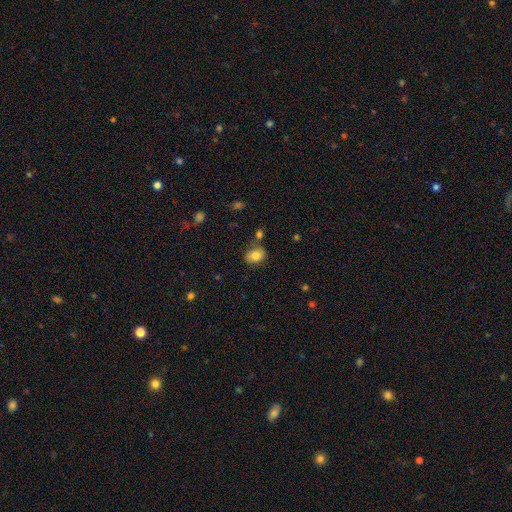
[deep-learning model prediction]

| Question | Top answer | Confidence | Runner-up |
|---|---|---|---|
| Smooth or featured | smooth | 79% | featured or disk (11%) |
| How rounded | in between | 52% | round (47%) |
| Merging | none | 71% | minor disturbance (16%) |